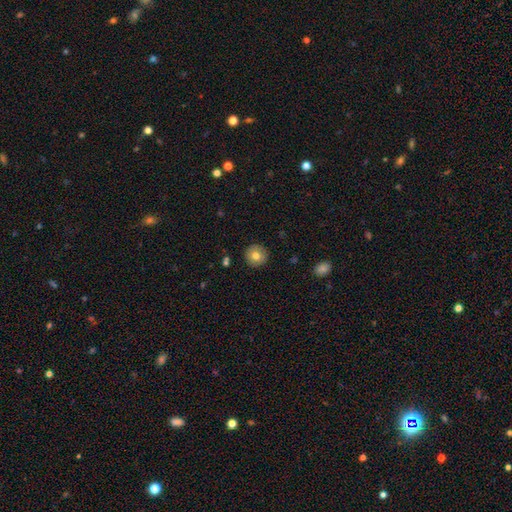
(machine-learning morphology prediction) Q: Smooth or featured?
A: smooth (76%); runner-up: featured or disk (15%)
Q: How rounded?
A: round (95%); runner-up: in between (4%)
Q: Merging?
A: none (92%); runner-up: minor disturbance (6%)